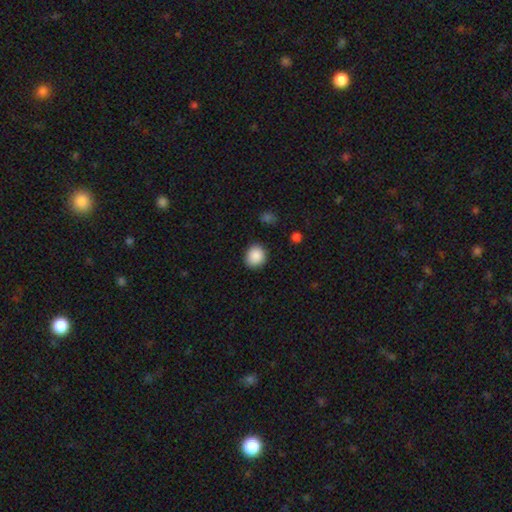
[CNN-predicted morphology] This is clearly a smooth galaxy (89%). How rounded: likely round (77%). Merging: clearly none (87%).